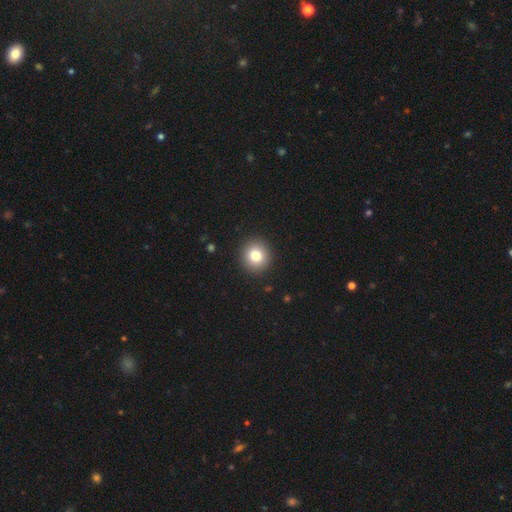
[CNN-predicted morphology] A smooth galaxy with no disk features (80%) that is round (92%). Merging: none (92%).